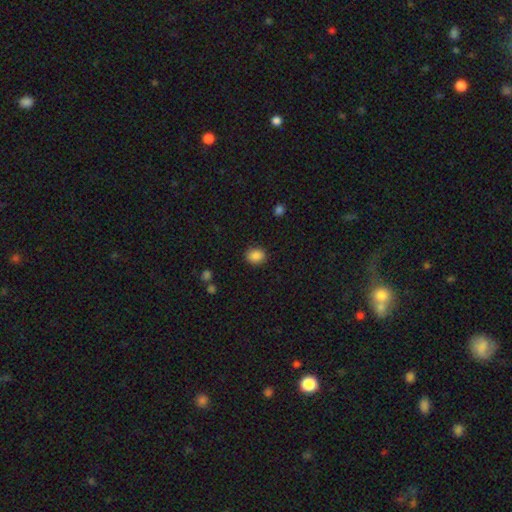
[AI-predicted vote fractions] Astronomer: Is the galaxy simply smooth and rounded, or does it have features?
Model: smooth — 87%.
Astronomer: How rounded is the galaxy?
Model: round — 59% (runner-up: in between, 40%).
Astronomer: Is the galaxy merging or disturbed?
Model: none — 88%.